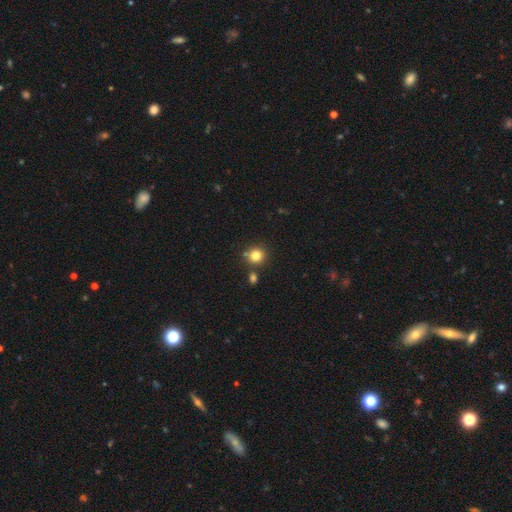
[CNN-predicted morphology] Smooth or featured? smooth (81%)
How rounded? round (91%)
Merging? none (77%)